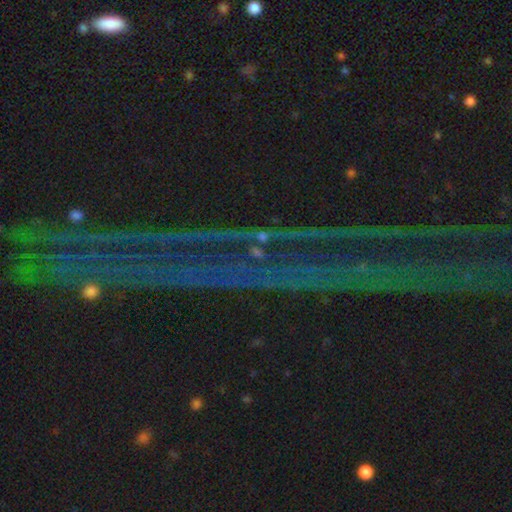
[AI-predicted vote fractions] A star or artifact, not a galaxy (82%).